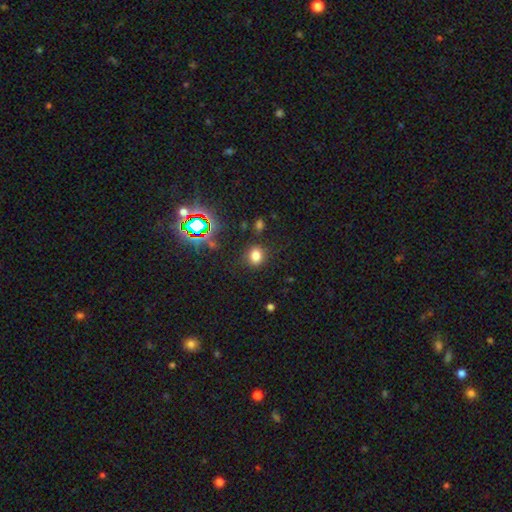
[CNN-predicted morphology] smooth 75%, star or artifact 19%, featured or disk 7%. Down the decision tree: how rounded — round (60%); merging — none (82%).